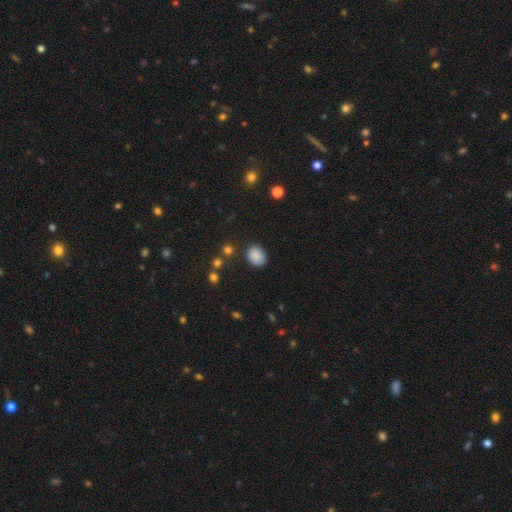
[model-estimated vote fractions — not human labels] Morphology: type=smooth (86%); roundness=in between (57%); merging=none (80%).